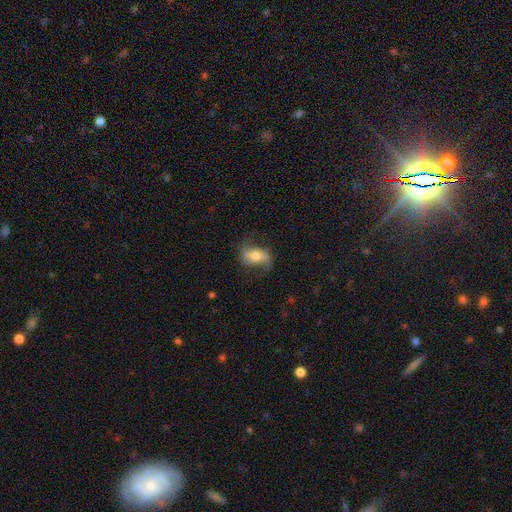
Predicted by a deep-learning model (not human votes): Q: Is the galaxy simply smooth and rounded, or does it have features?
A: featured or disk — 56%.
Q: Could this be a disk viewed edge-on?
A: no — 93%.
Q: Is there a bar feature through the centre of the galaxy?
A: no — 41%.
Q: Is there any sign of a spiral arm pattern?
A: yes — 84%.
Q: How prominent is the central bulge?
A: moderate — 67%.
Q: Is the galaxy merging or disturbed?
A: none — 67%.